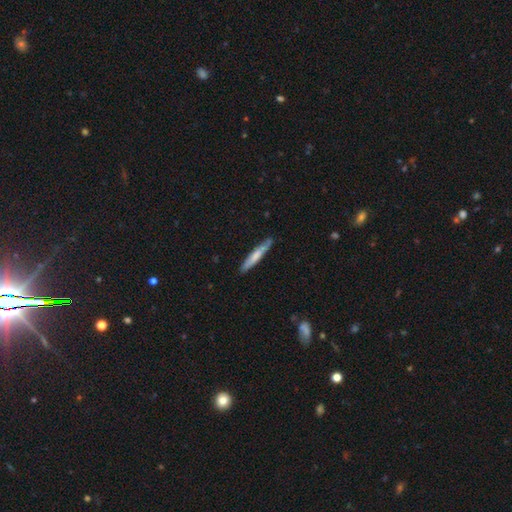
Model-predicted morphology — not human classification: Smooth or featured? smooth (62%)
How rounded? cigar-shaped (94%)
Merging? none (85%)